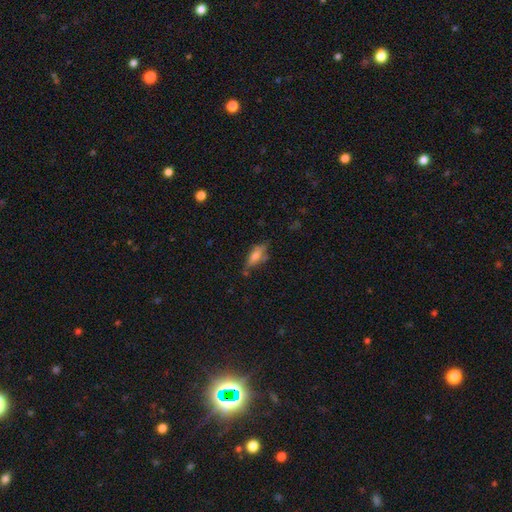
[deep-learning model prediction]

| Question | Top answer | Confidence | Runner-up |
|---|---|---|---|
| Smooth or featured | smooth | 59% | featured or disk (31%) |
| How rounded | in between | 59% | cigar-shaped (38%) |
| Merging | none | 60% | minor disturbance (25%) |